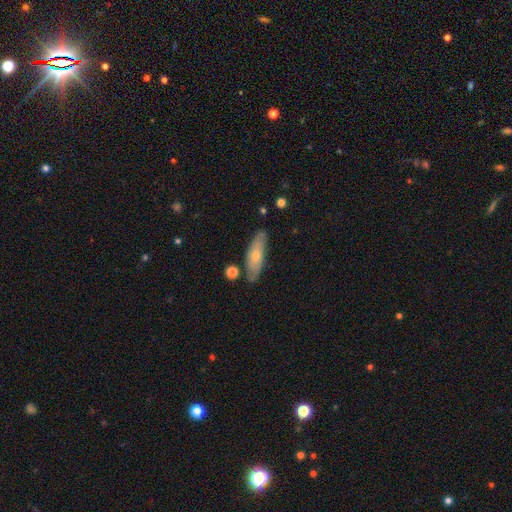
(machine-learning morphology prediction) smooth-or-featured: smooth: 49% | featured or disk: 44% | star or artifact: 7%
  merging: none: 80% | minor disturbance: 14% | merger: 3% | major disturbance: 3%